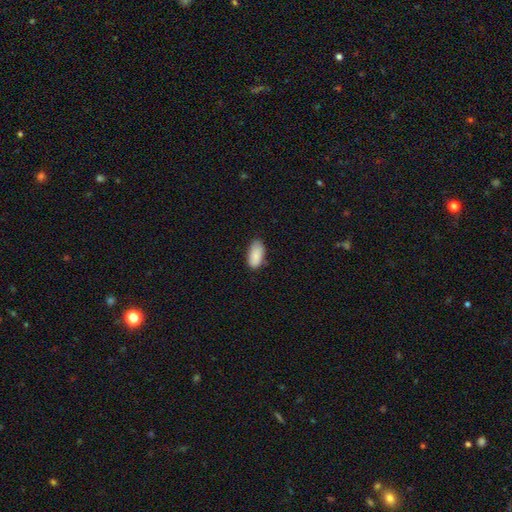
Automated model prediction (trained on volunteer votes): smooth 86%, featured or disk 7%, star or artifact 7%. Down the decision tree: how rounded — in between (93%); merging — none (72%).